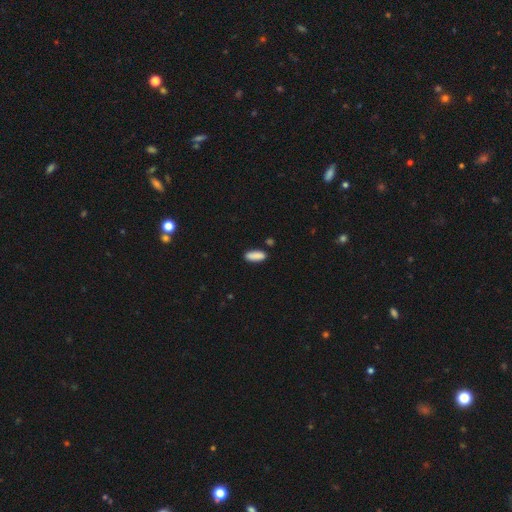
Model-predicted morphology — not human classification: A smooth galaxy with no disk features (89%) that is in between round and cigar-shaped (72%). Merging: none (83%).